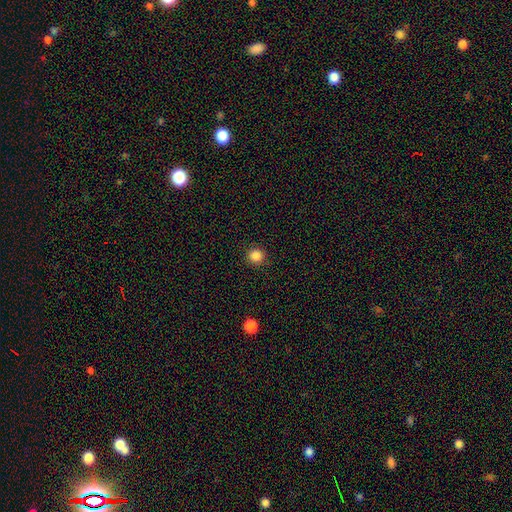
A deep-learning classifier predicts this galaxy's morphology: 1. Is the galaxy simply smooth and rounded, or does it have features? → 85% smooth, 11% star or artifact, 3% featured or disk.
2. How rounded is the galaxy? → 94% round, 5% in between, 1% cigar-shaped.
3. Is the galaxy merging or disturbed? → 92% none, 5% minor disturbance, 2% major disturbance, 1% merger.